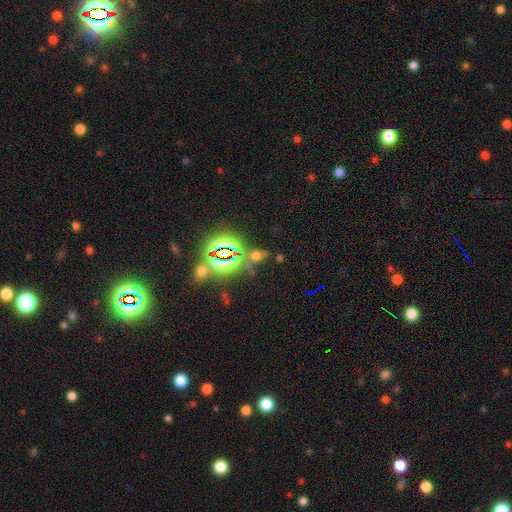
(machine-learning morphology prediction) smooth-or-featured: star or artifact: 52% | smooth: 38% | featured or disk: 10%